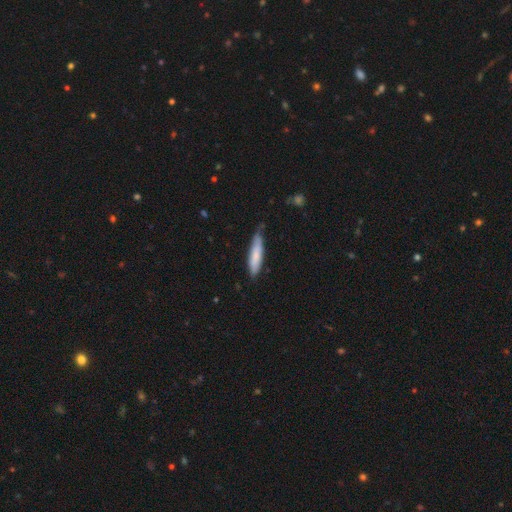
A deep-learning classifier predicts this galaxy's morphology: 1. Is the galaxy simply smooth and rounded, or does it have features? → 75% smooth, 19% featured or disk, 5% star or artifact.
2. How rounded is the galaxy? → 77% cigar-shaped, 22% in between, 1% round.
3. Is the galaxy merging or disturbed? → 62% none, 31% minor disturbance, 5% major disturbance, 2% merger.